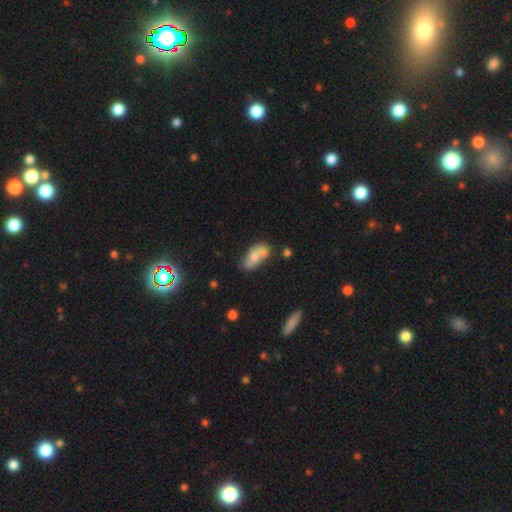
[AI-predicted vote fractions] smooth 60%, featured or disk 32%, star or artifact 8%. Down the decision tree: how rounded — in between (86%); merging — none (42%).